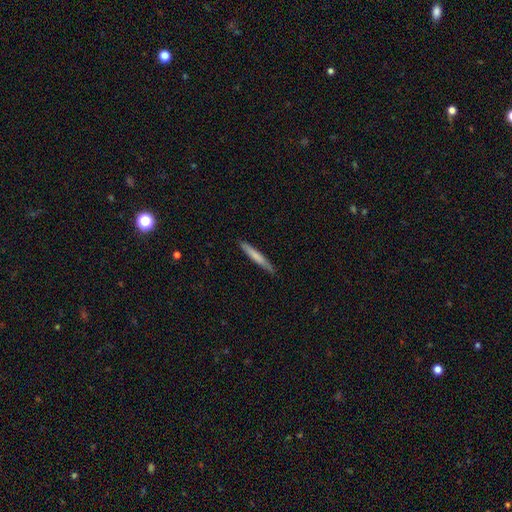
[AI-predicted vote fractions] Smooth or featured: smooth — 70% (featured or disk — 25%)
How rounded: cigar-shaped — 95% (in between — 4%)
Merging: none — 86% (minor disturbance — 11%)